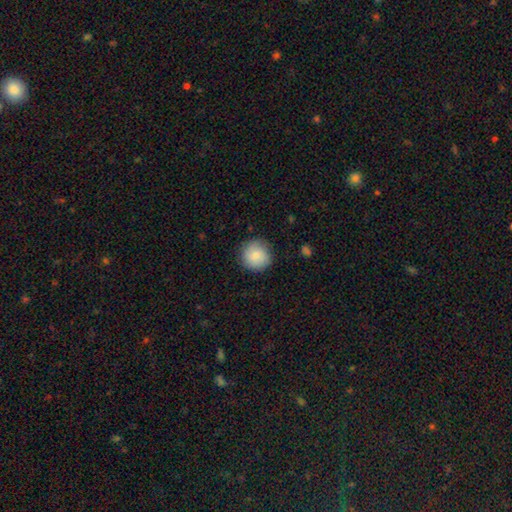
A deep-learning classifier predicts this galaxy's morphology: smooth 79%, featured or disk 14%, star or artifact 7%. Down the decision tree: how rounded — round (94%); merging — none (83%).